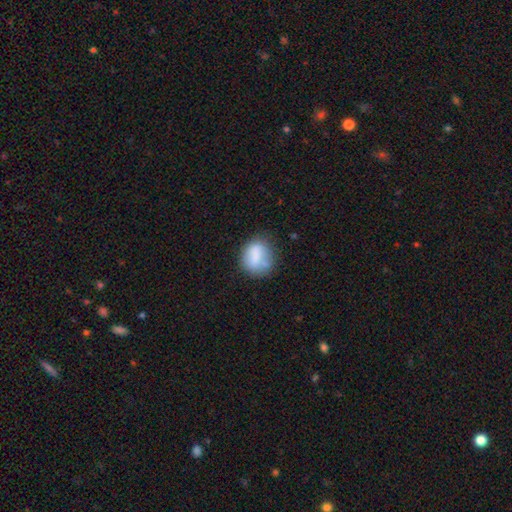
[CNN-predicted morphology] A smooth galaxy with no disk features (74%) that is round (57%). Merging: none (56%).